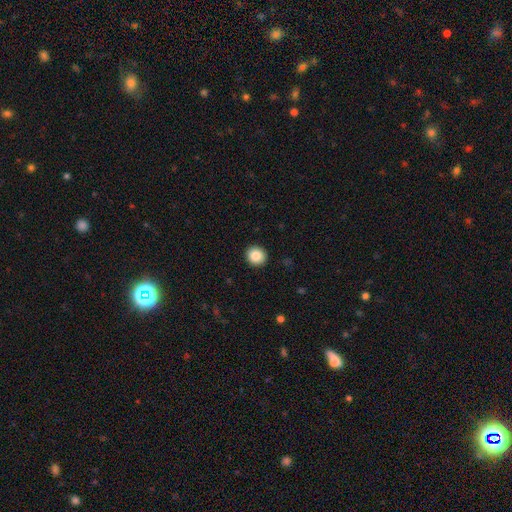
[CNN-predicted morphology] smooth 87%, star or artifact 9%, featured or disk 4%. Down the decision tree: how rounded — round (88%); merging — none (92%).